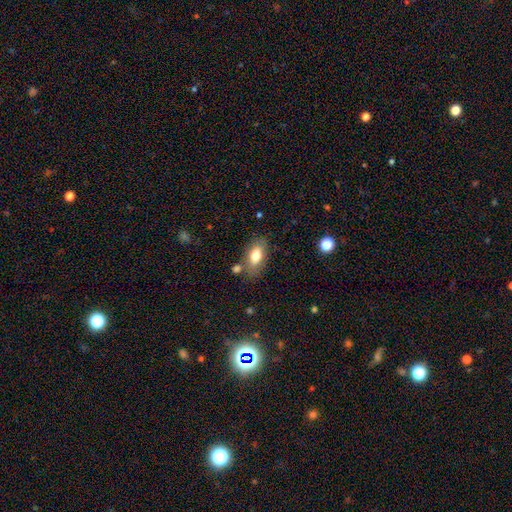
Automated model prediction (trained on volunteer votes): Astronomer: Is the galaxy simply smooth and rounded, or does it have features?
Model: smooth — 75%.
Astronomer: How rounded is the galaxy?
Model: in between — 89%.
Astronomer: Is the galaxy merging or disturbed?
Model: none — 71%.